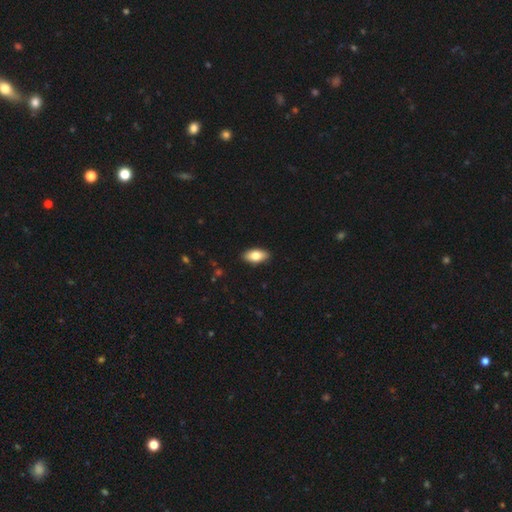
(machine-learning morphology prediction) Smooth or featured?
  - smooth: 81% *
  - featured or disk: 13%
  - star or artifact: 6%
How rounded?
  - in between: 92% *
  - cigar-shaped: 5%
  - round: 3%
Merging?
  - none: 89% *
  - minor disturbance: 8%
  - major disturbance: 2%
  - merger: 1%